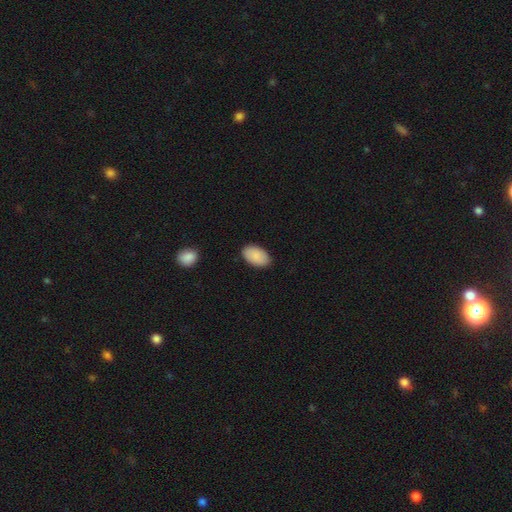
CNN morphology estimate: Smooth or featured? Predicted: smooth (p=0.89). How rounded? Predicted: in between (p=0.95). Merging? Predicted: none (p=0.87).